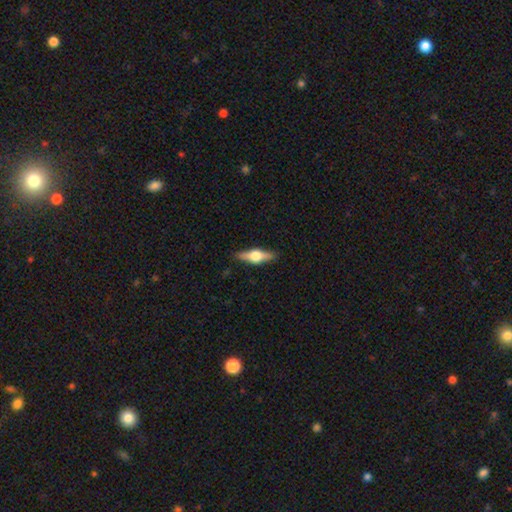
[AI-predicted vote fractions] The model was most divided on "smooth or featured": featured or disk: 65%, smooth: 29%, star or artifact: 6%. More confident: edge-on disk — yes (96%); edge-on bulge — rounded (94%); merging — none (88%).